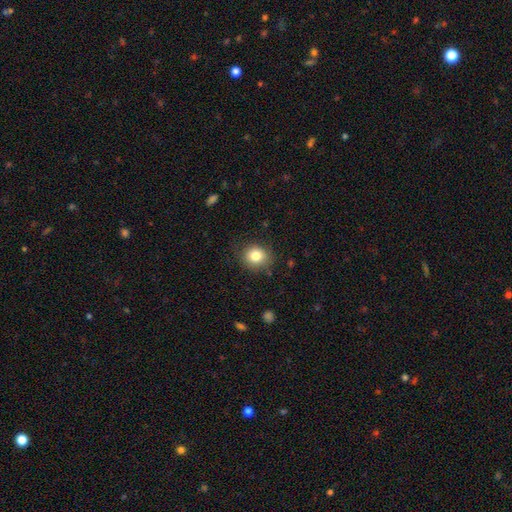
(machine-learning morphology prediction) Q: Smooth or featured?
A: smooth (82%); runner-up: star or artifact (10%)
Q: How rounded?
A: round (78%); runner-up: in between (21%)
Q: Merging?
A: none (82%); runner-up: minor disturbance (13%)